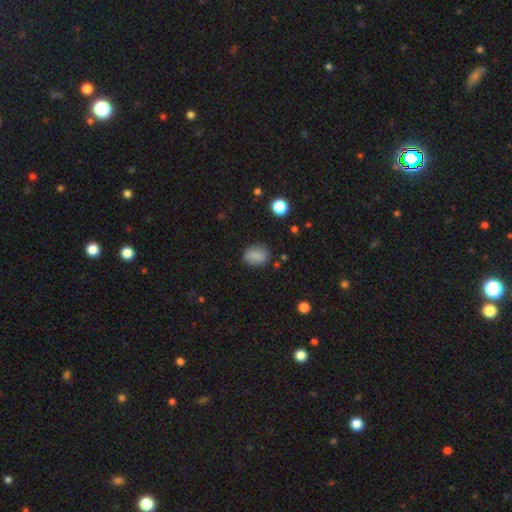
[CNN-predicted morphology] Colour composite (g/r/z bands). It shows a smooth galaxy with no disk features (85%) that is in between round and cigar-shaped (58%). Merging: none (81%).